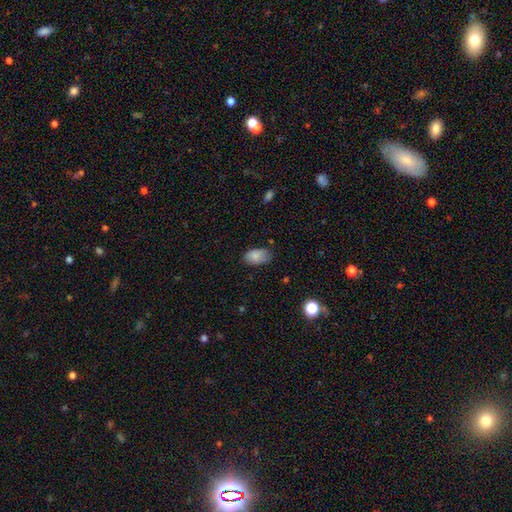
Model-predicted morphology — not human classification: smooth-or-featured: smooth: 85% | star or artifact: 8% | featured or disk: 7%
  how-rounded: in between: 91% | round: 7% | cigar-shaped: 1%
  merging: none: 68% | minor disturbance: 26% | major disturbance: 5% | merger: 1%